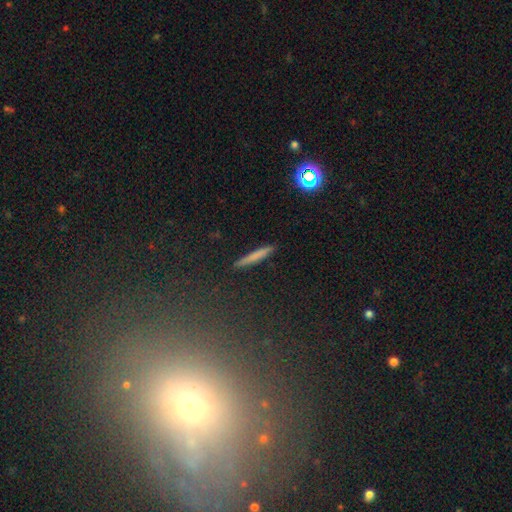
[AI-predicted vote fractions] A smooth galaxy with no disk features (71%) that is cigar-shaped (95%).

Vote fractions:
- Smooth or featured? smooth: 71% / featured or disk: 20% / star or artifact: 9%
- How rounded? cigar-shaped: 95% / in between: 3% / round: 2%
- Merging? none: 90% / minor disturbance: 7% / major disturbance: 1% / merger: 1%